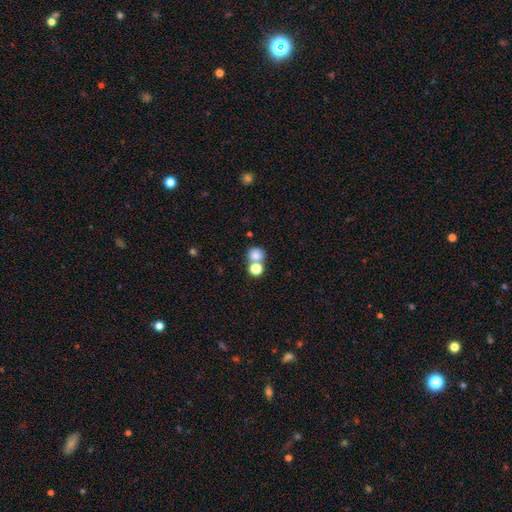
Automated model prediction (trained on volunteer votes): This appears to be a smooth galaxy with no disk features (78%) that is round (83%). Merging: none (47%).